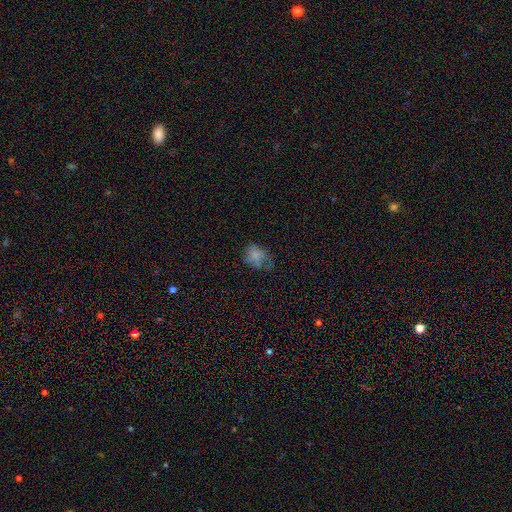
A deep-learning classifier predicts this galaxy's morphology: Overall: smooth (69%). How rounded: in between (62%; round 37%). Merging: none (42%; minor disturbance 31%).